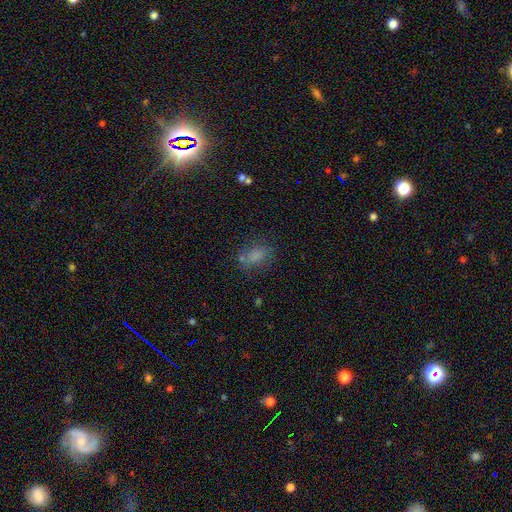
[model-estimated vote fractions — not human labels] Q: Smooth or featured?
A: smooth (76%); runner-up: star or artifact (14%)
Q: How rounded?
A: in between (80%); runner-up: round (16%)
Q: Merging?
A: none (65%); runner-up: minor disturbance (19%)